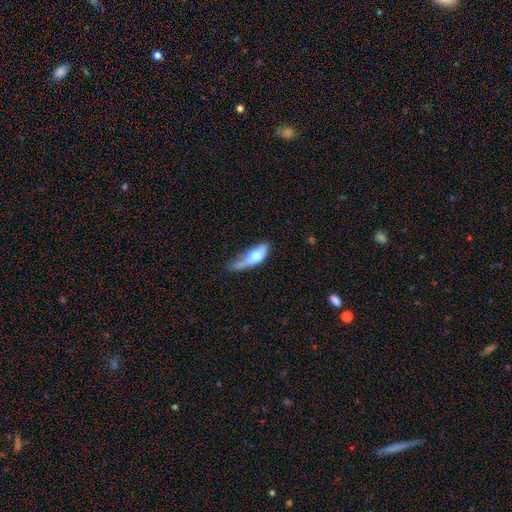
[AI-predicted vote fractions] A smooth galaxy with no disk features (59%) that is in between round and cigar-shaped (61%). Merging: minor disturbance (33%).